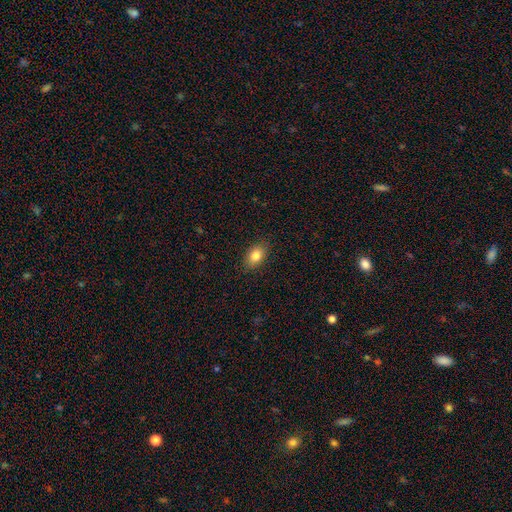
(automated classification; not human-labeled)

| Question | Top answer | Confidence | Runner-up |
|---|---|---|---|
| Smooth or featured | smooth | 83% | star or artifact (9%) |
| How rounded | in between | 86% | round (12%) |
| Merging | none | 88% | minor disturbance (9%) |